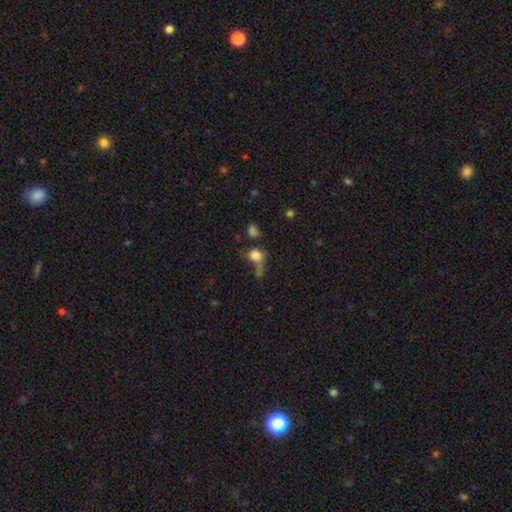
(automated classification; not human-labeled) Smooth or featured? smooth (74%)
How rounded? round (61%)
Merging? major disturbance (31%)